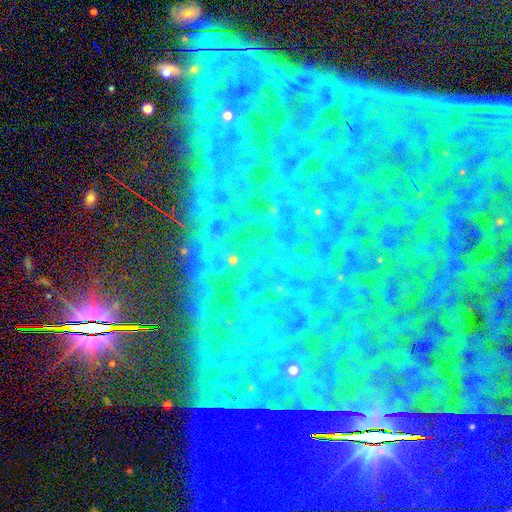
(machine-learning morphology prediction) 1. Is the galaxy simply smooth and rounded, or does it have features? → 86% star or artifact, 8% featured or disk, 6% smooth.